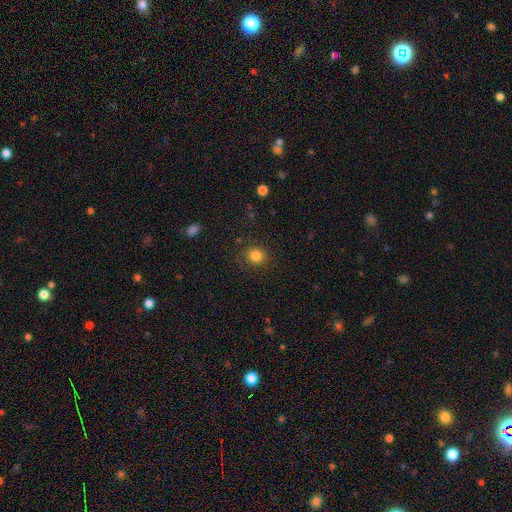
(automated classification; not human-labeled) A smooth galaxy with no disk features (83%) that is round (86%).

Vote fractions:
- Smooth or featured? smooth: 83% / star or artifact: 12% / featured or disk: 5%
- How rounded? round: 86% / in between: 13% / cigar-shaped: 1%
- Merging? none: 87% / minor disturbance: 8% / major disturbance: 3% / merger: 1%